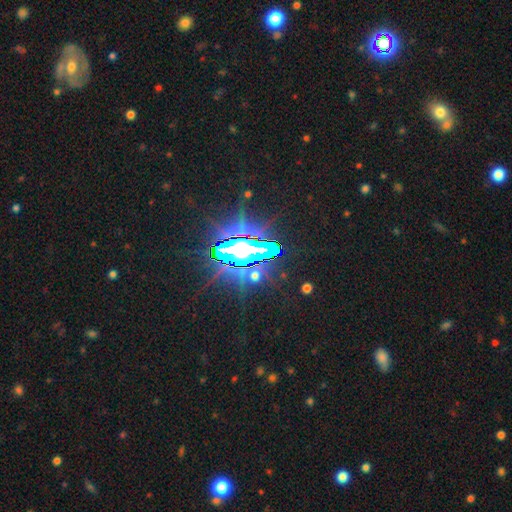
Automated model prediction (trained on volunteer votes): Morphology: type=star or artifact (78%).